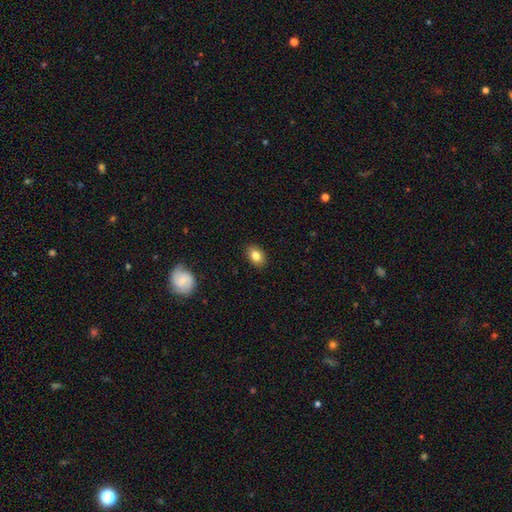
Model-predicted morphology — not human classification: type=smooth (83%); roundness=in between (78%); merging=none (88%).